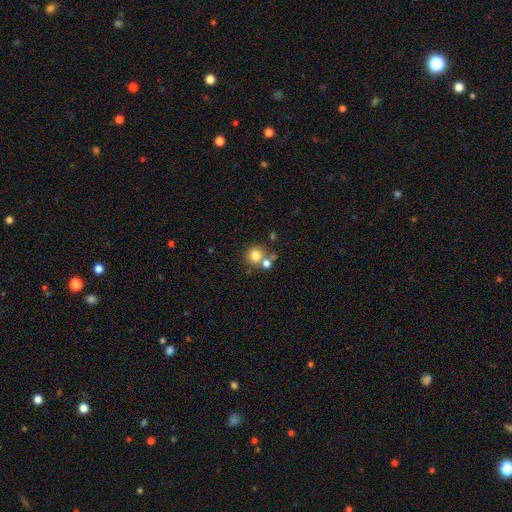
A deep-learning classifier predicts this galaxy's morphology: This is likely a smooth galaxy (77%). How rounded: clearly round (90%). Merging: possibly none (58%).